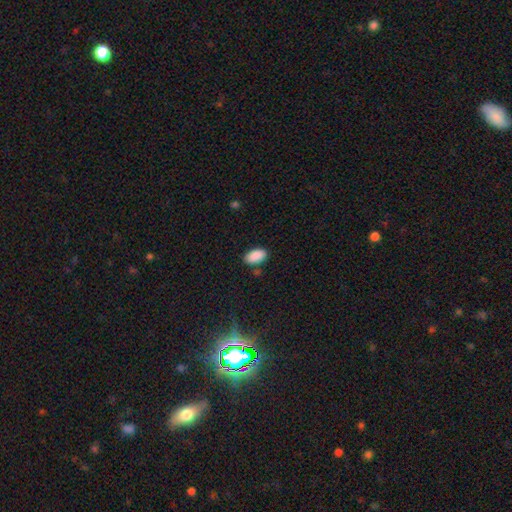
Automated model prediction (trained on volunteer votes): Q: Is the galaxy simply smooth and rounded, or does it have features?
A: smooth — 90%.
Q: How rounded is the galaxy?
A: in between — 94%.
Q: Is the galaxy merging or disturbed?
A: none — 84%.